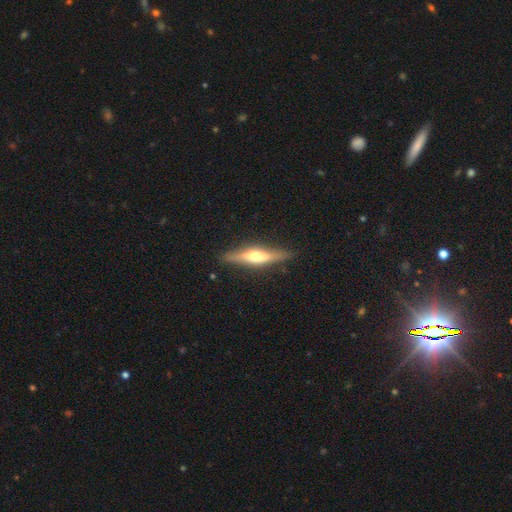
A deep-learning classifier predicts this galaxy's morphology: smooth-or-featured: featured or disk: 64% | smooth: 30% | star or artifact: 6%
  disk-edge-on: yes: 94% | no: 6%
    edge-on-bulge: rounded: 89% | boxy: 6% | none: 5%
  merging: none: 86% | minor disturbance: 10% | major disturbance: 2% | merger: 1%